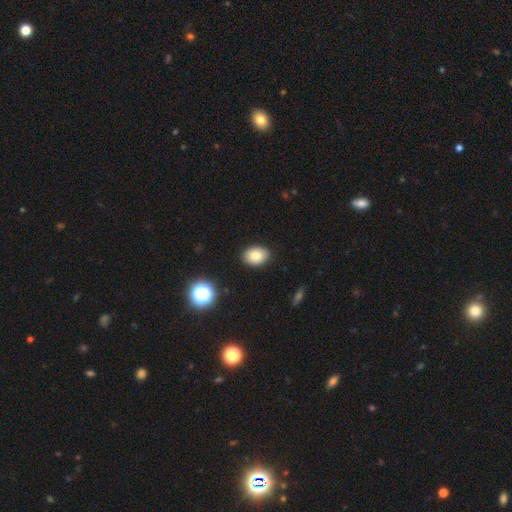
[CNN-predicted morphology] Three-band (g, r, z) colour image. It shows a smooth galaxy with no disk features (82%) that is in between round and cigar-shaped (76%). Merging: none (89%).